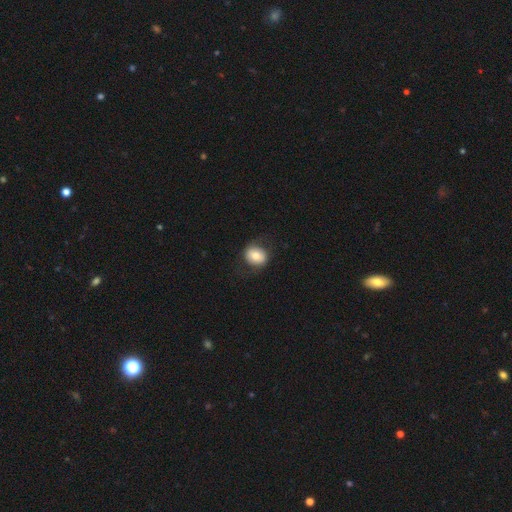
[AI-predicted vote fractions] smooth-or-featured: smooth: 71% | featured or disk: 21% | star or artifact: 8%
  how-rounded: round: 60% | in between: 39% | cigar-shaped: 1%
  merging: none: 78% | minor disturbance: 14% | major disturbance: 7% | merger: 1%